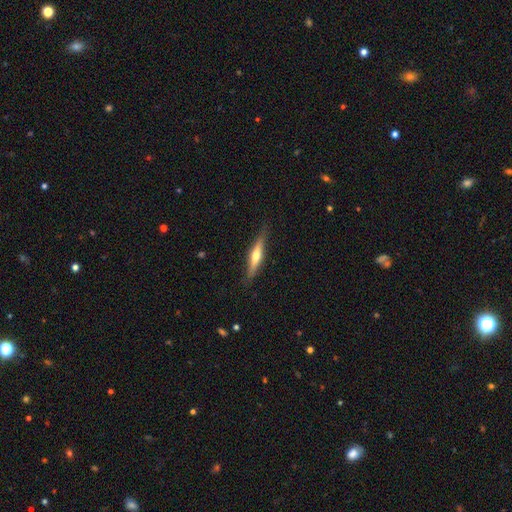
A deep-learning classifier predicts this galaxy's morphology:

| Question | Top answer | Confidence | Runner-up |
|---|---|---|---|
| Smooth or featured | featured or disk | 57% | smooth (37%) |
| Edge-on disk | yes | 95% | no (5%) |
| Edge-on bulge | rounded | 89% | none (6%) |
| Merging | none | 86% | minor disturbance (10%) |